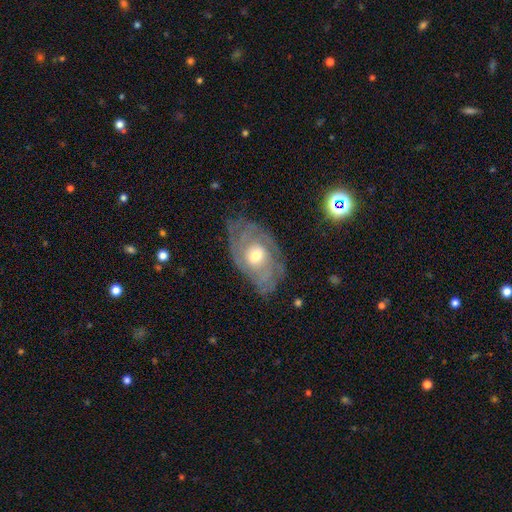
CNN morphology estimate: A featured or disk galaxy (79%) with no bar (74%), tight (68%) spiral arms (89%) and a moderate central bulge (72%). Merging: none (75%).